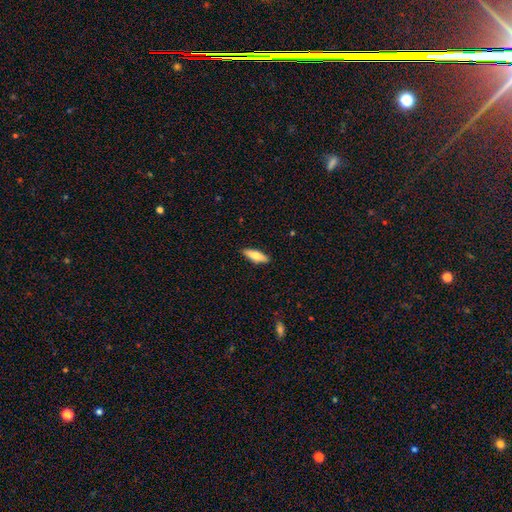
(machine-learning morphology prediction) Smooth or featured?
  - smooth: 71% *
  - featured or disk: 24%
  - star or artifact: 6%
How rounded?
  - in between: 54% *
  - cigar-shaped: 44%
  - round: 2%
Merging?
  - none: 89% *
  - minor disturbance: 8%
  - major disturbance: 2%
  - merger: 1%